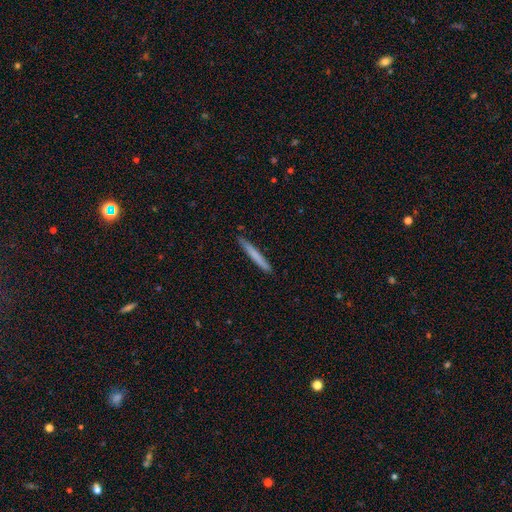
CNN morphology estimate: type=smooth (69%); roundness=cigar-shaped (97%); merging=none (91%).